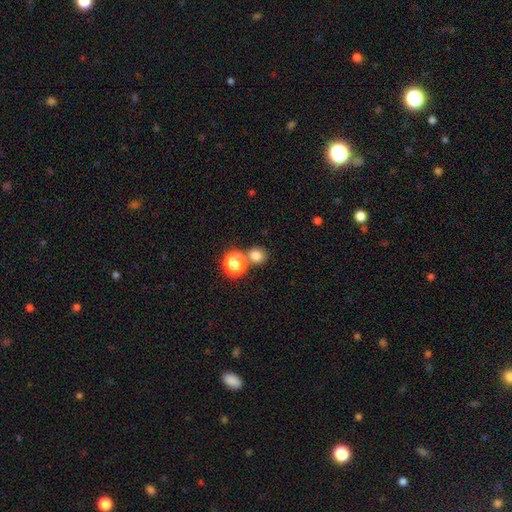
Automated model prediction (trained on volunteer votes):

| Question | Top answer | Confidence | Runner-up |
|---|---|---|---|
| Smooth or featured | smooth | 78% | star or artifact (16%) |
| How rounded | round | 80% | in between (19%) |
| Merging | none | 64% | merger (26%) |